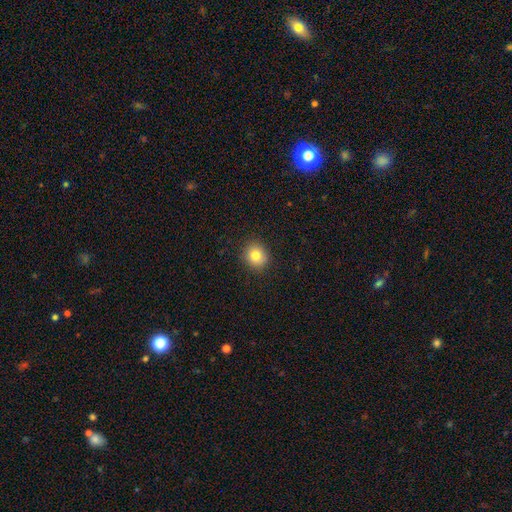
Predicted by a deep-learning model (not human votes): This is clearly a smooth galaxy (82%). How rounded: clearly round (83%). Merging: clearly none (90%).